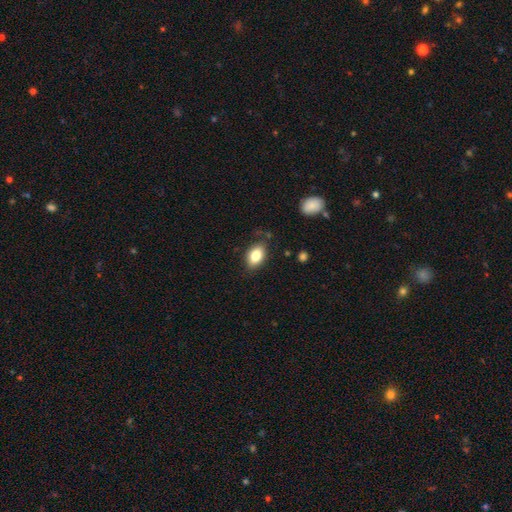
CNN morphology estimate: Smooth or featured?
  - smooth: 83% *
  - featured or disk: 9%
  - star or artifact: 8%
How rounded?
  - in between: 87% *
  - round: 11%
  - cigar-shaped: 2%
Merging?
  - none: 81% *
  - minor disturbance: 14%
  - major disturbance: 3%
  - merger: 2%